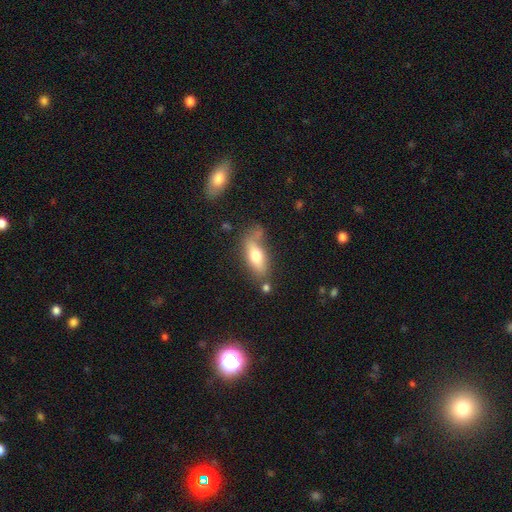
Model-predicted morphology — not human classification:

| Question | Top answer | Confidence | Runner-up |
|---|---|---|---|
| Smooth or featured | smooth | 63% | featured or disk (31%) |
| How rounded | in between | 67% | cigar-shaped (29%) |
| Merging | none | 58% | minor disturbance (22%) |